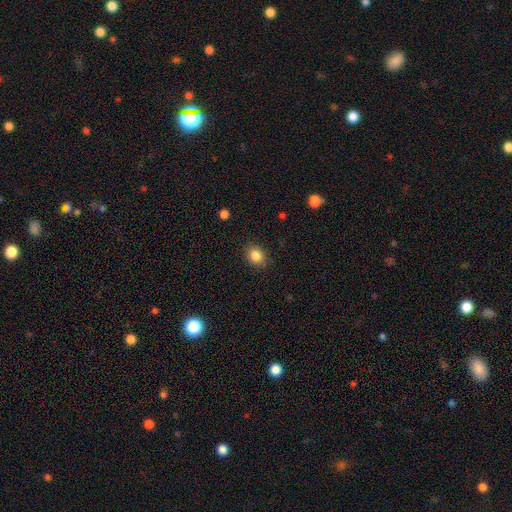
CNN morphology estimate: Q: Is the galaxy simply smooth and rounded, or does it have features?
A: smooth — 85%.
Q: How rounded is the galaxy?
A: round — 56%.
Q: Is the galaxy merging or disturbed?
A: none — 88%.